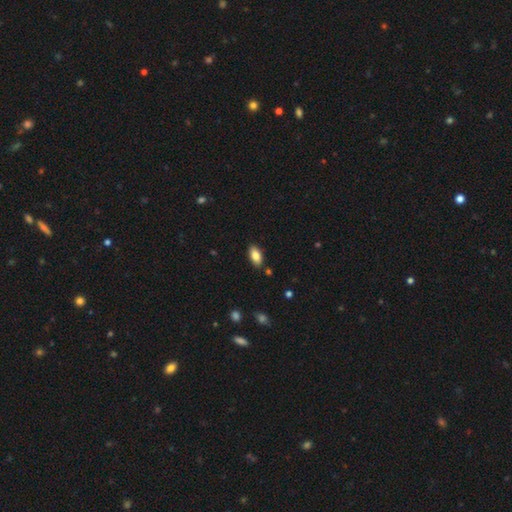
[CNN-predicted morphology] smooth-or-featured: smooth: 84% | featured or disk: 9% | star or artifact: 7%
  how-rounded: in between: 91% | cigar-shaped: 5% | round: 3%
  merging: none: 86% | minor disturbance: 10% | major disturbance: 2% | merger: 2%